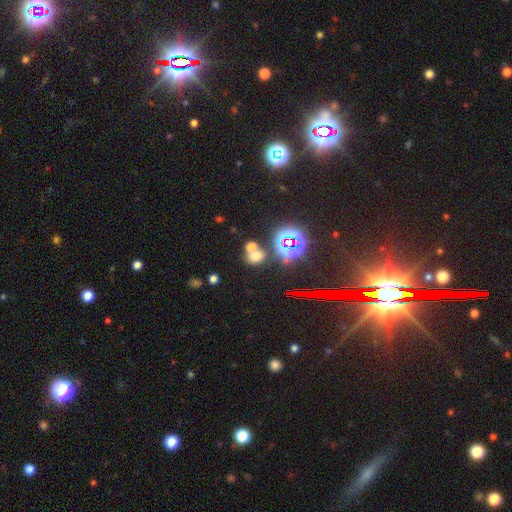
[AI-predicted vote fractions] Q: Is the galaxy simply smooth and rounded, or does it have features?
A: smooth — 57%.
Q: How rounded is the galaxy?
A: round — 60%.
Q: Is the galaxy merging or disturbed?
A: none — 50%.